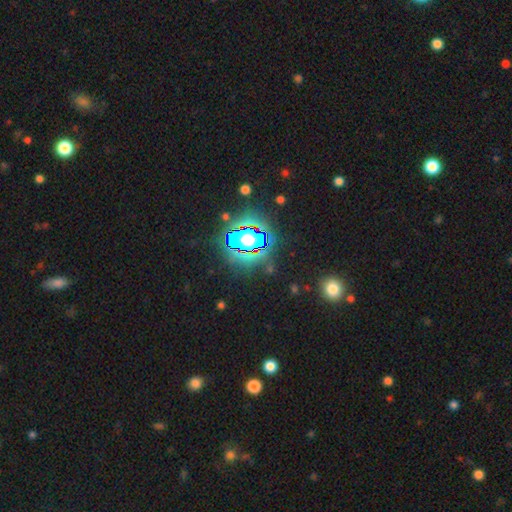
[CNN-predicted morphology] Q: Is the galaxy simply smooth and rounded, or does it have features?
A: star or artifact — 81%.